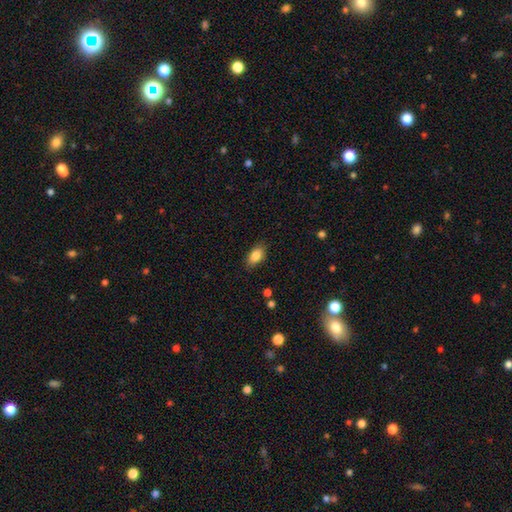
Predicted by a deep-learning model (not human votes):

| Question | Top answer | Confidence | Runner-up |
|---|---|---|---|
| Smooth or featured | smooth | 85% | star or artifact (8%) |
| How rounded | in between | 90% | round (6%) |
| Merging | none | 86% | minor disturbance (10%) |